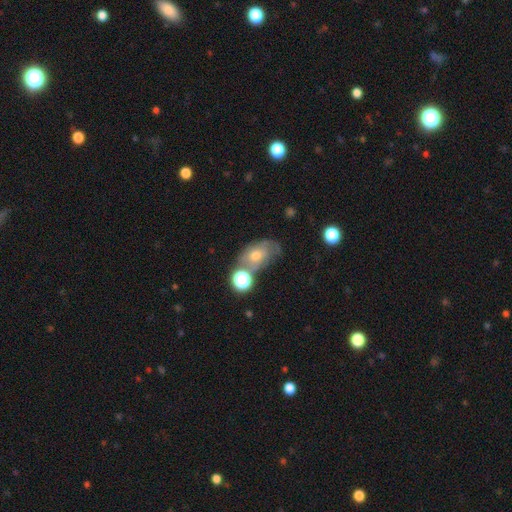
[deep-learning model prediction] Smooth or featured? Predicted: smooth (p=0.46). Merging? Predicted: none (p=0.43).